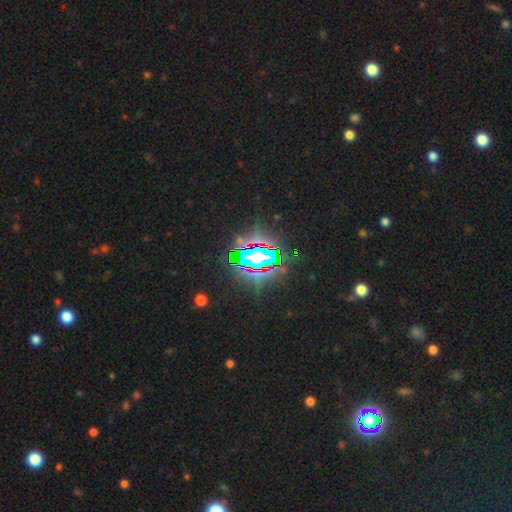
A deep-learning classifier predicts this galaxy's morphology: smooth_or_featured: star or artifact (p=0.83) [alt: smooth p=0.09]